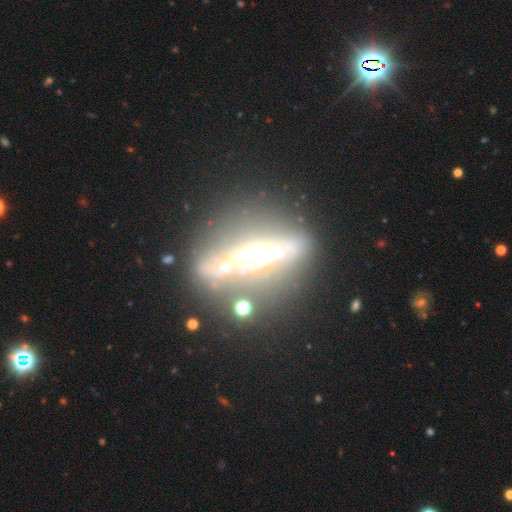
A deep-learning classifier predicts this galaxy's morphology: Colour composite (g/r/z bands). It shows a featured or disk galaxy (74%) viewed edge-on (70%) with a rounded central bulge (59%). Merging: none (61%).